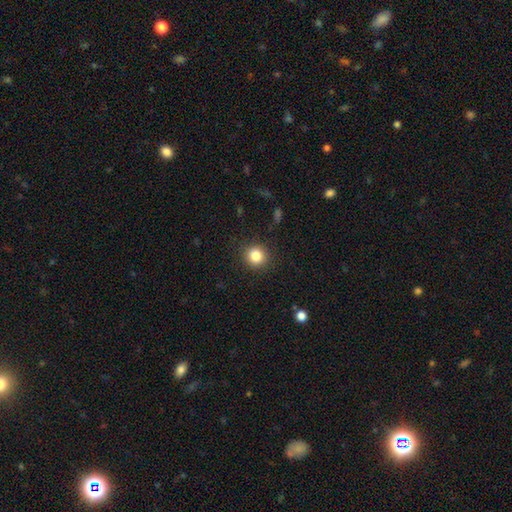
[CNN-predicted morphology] type=smooth (84%); roundness=round (90%); merging=none (90%).